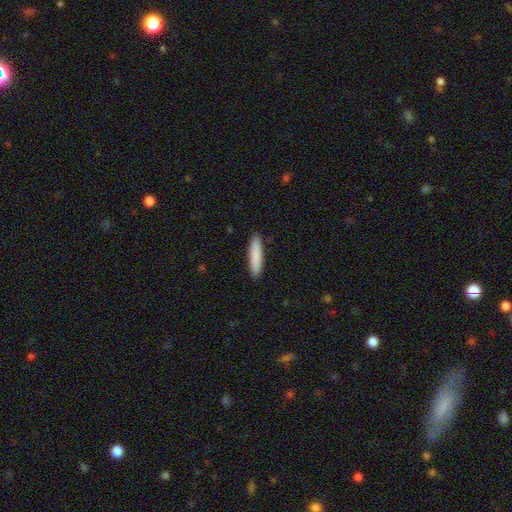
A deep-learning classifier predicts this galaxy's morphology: Smooth or featured: smooth — 86% (featured or disk — 9%)
How rounded: cigar-shaped — 84% (in between — 15%)
Merging: none — 91% (minor disturbance — 7%)